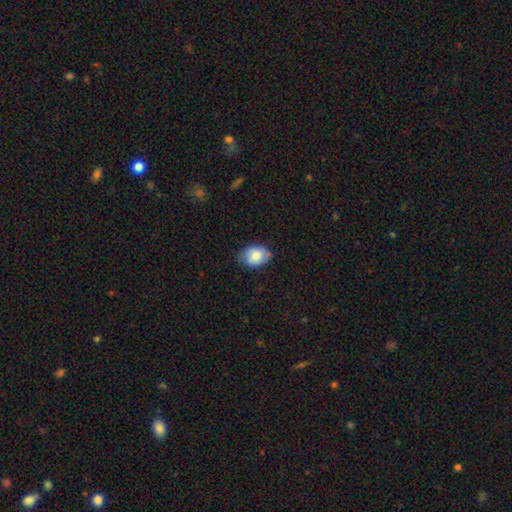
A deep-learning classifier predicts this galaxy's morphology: A smooth galaxy with no disk features (79%) that is in between round and cigar-shaped (70%). Merging: none (72%).